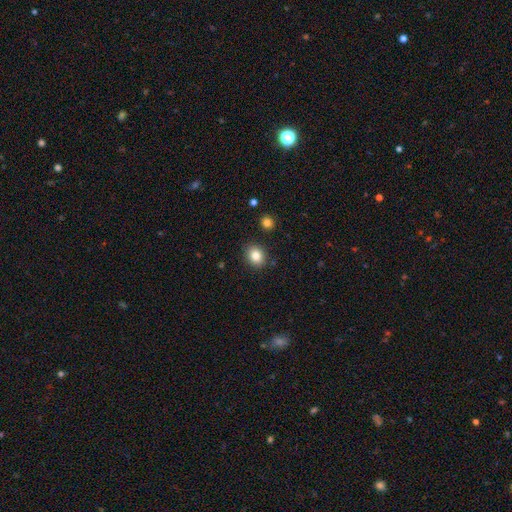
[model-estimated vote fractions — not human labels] The model was most divided on "how rounded": round: 59%, in between: 40%, cigar-shaped: 1%. More confident: merging — none (87%); smooth or featured — smooth (84%).